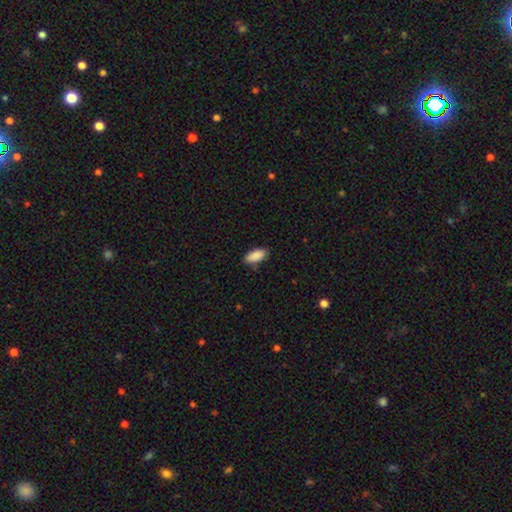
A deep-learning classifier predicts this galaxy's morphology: Smooth or featured? smooth (90%)
How rounded? in between (88%)
Merging? none (85%)